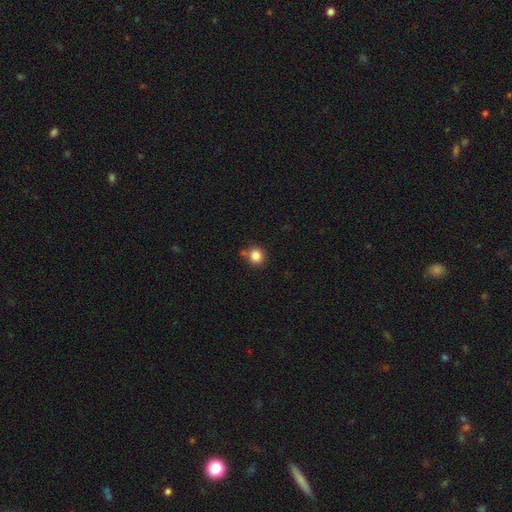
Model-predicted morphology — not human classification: smooth-or-featured: smooth: 84% | star or artifact: 11% | featured or disk: 5%
  how-rounded: round: 92% | in between: 7% | cigar-shaped: 1%
  merging: none: 74% | minor disturbance: 12% | merger: 11% | major disturbance: 3%